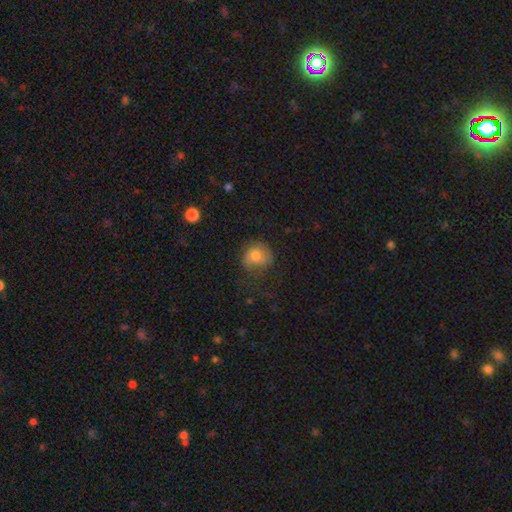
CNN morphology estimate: type=smooth (61%); roundness=round (73%); merging=none (50%).